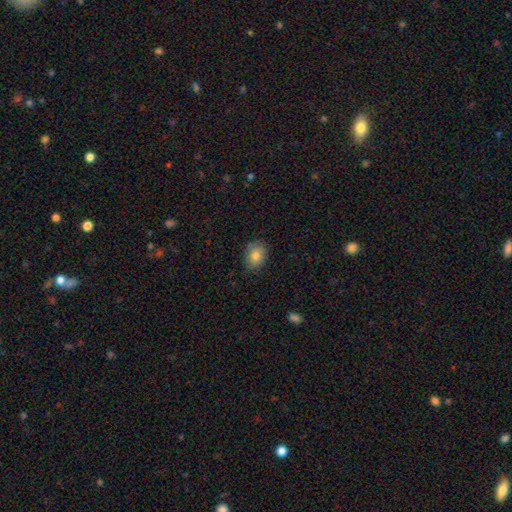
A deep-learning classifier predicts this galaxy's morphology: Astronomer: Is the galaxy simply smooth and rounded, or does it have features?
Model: smooth — 82%.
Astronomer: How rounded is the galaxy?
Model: in between — 62%.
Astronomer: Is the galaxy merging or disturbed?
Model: none — 81%.